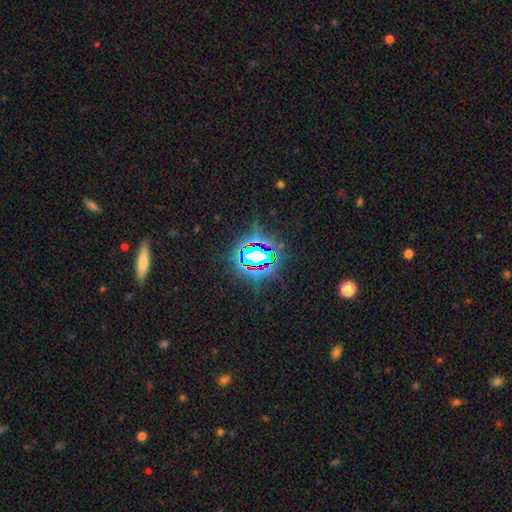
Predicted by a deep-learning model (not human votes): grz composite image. It shows a star or artifact, not a galaxy (78%).